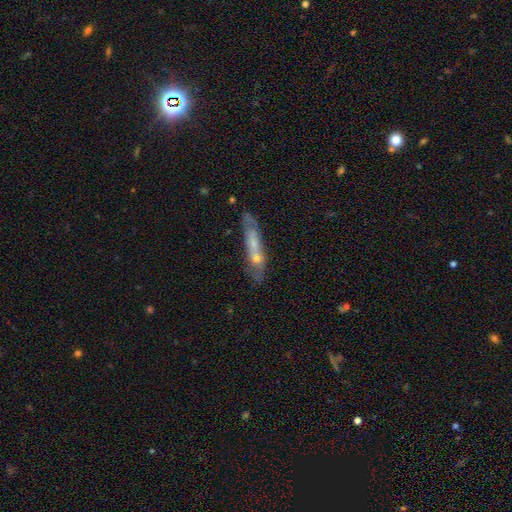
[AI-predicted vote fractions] Smooth or featured?
  - featured or disk: 52% *
  - smooth: 39%
  - star or artifact: 10%
Edge-on disk?
  - yes: 55% *
  - no: 45%
Merging?
  - none: 55% *
  - minor disturbance: 20%
  - merger: 17%
  - major disturbance: 9%